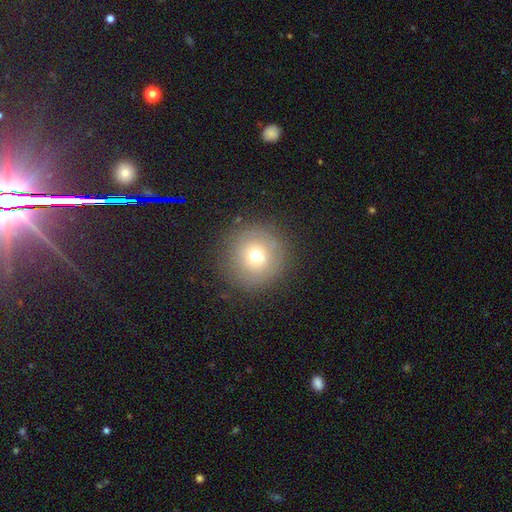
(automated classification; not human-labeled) A smooth galaxy with no disk features (67%) that is round (96%).

Vote fractions:
- Smooth or featured? smooth: 67% / featured or disk: 17% / star or artifact: 15%
- How rounded? round: 96% / in between: 3% / cigar-shaped: 1%
- Merging? none: 86% / minor disturbance: 8% / major disturbance: 5% / merger: 1%